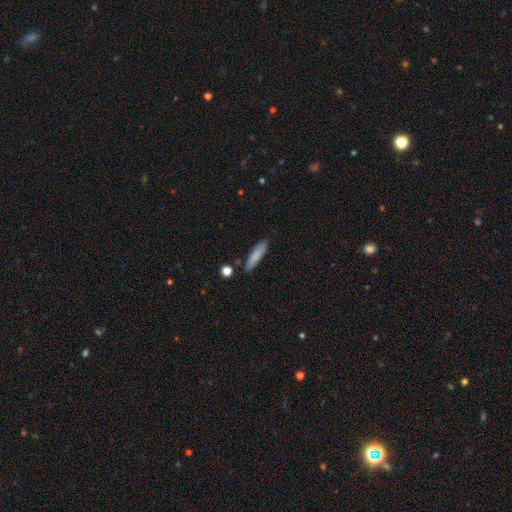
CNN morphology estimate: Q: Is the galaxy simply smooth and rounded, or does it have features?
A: smooth — 80%.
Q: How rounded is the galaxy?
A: cigar-shaped — 78%.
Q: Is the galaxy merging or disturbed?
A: none — 84%.